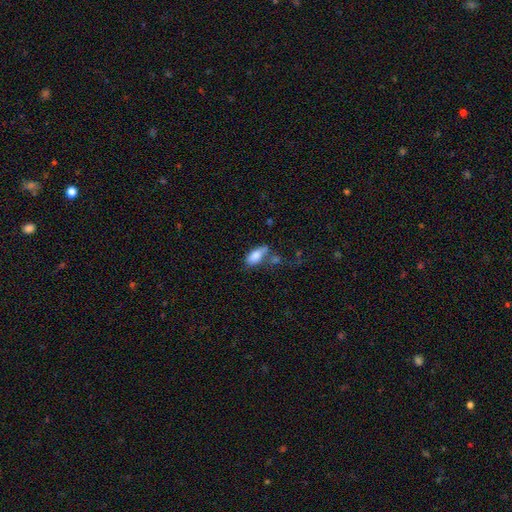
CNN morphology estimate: Smooth or featured? smooth (81%)
How rounded? in between (88%)
Merging? none (42%)